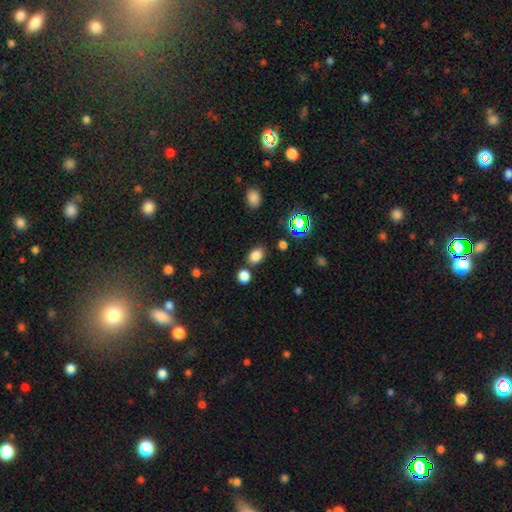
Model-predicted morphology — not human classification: Smooth or featured? smooth (81%)
How rounded? in between (70%)
Merging? none (75%)